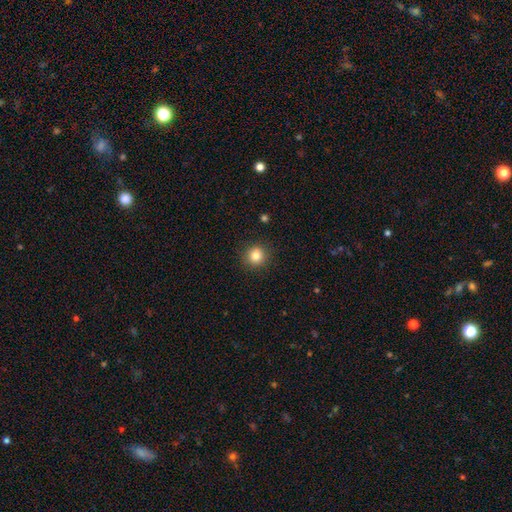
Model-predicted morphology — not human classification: Smooth or featured? smooth (83%)
How rounded? round (92%)
Merging? none (90%)